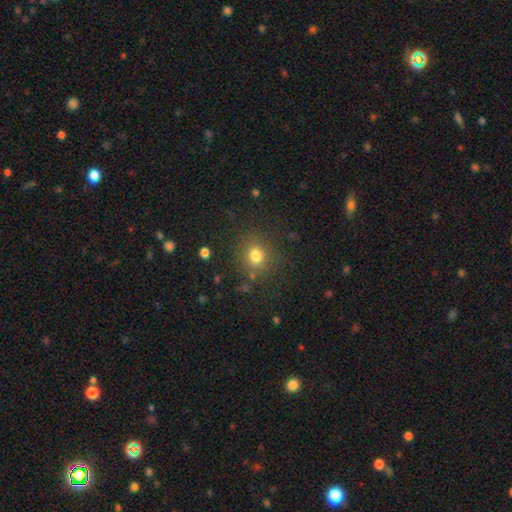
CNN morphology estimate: This is likely a smooth galaxy (77%). How rounded: clearly round (80%). Merging: clearly none (82%).